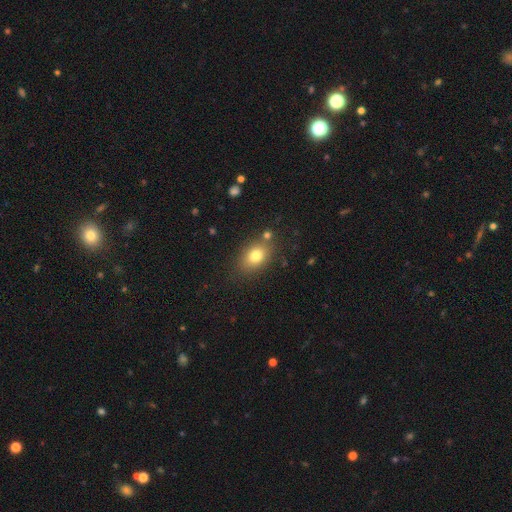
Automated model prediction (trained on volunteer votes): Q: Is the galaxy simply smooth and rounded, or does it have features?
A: smooth — 78%.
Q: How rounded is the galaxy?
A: in between — 75%.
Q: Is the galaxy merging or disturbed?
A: none — 76%.